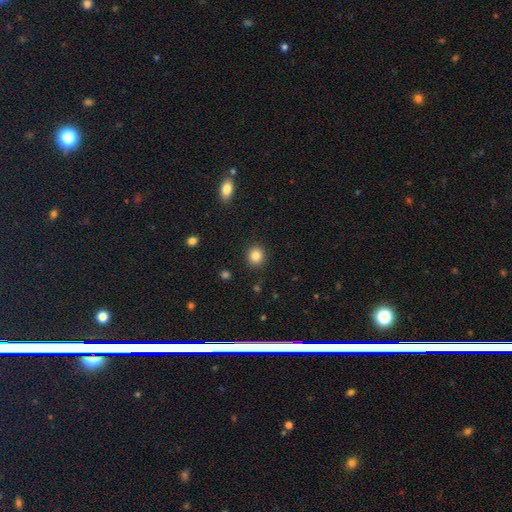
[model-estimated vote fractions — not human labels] A smooth galaxy with no disk features (85%) that is round (87%). Merging: none (91%).